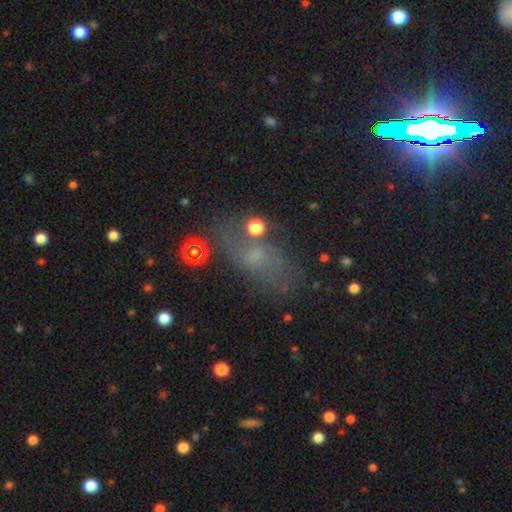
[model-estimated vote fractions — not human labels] Smooth or featured?
  - smooth: 42% *
  - featured or disk: 32%
  - star or artifact: 26%
Merging?
  - none: 59% *
  - minor disturbance: 20%
  - major disturbance: 14%
  - merger: 7%